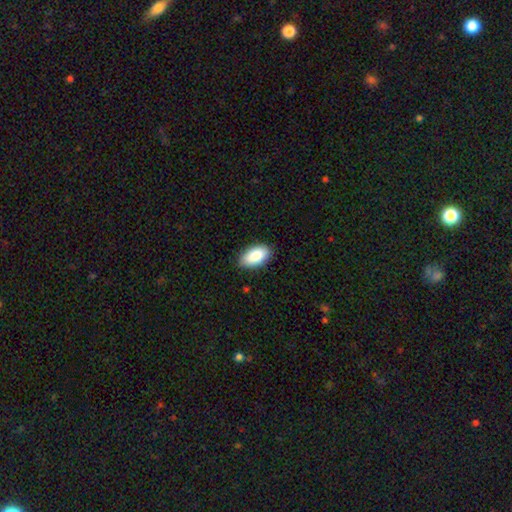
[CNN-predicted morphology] Smooth or featured? smooth (88%)
How rounded? in between (95%)
Merging? none (85%)